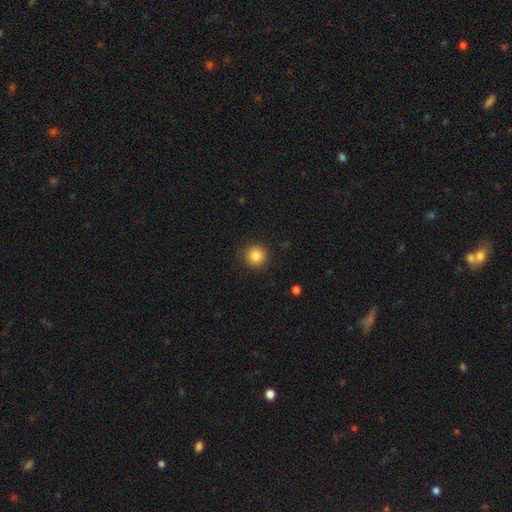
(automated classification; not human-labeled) Smooth or featured?
  - smooth: 85% *
  - star or artifact: 10%
  - featured or disk: 5%
How rounded?
  - round: 95% *
  - in between: 4%
  - cigar-shaped: 1%
Merging?
  - none: 91% *
  - minor disturbance: 6%
  - major disturbance: 2%
  - merger: 1%